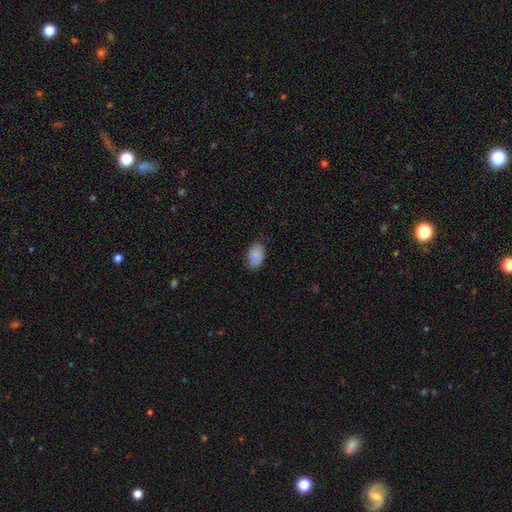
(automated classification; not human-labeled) A smooth galaxy with no disk features (89%) that is in between round and cigar-shaped (92%).

Vote fractions:
- Smooth or featured? smooth: 89% / star or artifact: 7% / featured or disk: 4%
- How rounded? in between: 92% / round: 7% / cigar-shaped: 1%
- Merging? none: 82% / minor disturbance: 14% / major disturbance: 3% / merger: 1%